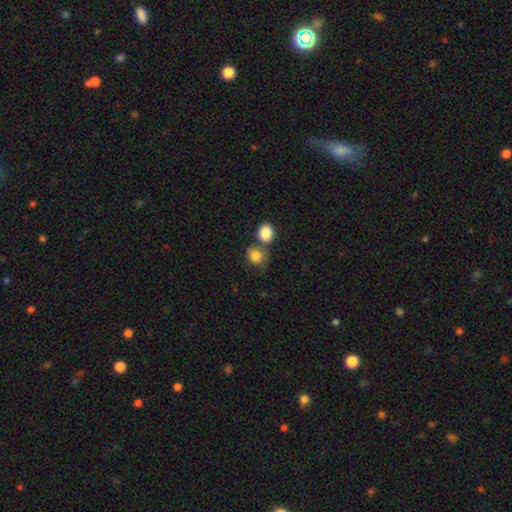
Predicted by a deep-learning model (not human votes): This appears to be a smooth galaxy with no disk features (85%) that is round (74%). Merging: none (46%).